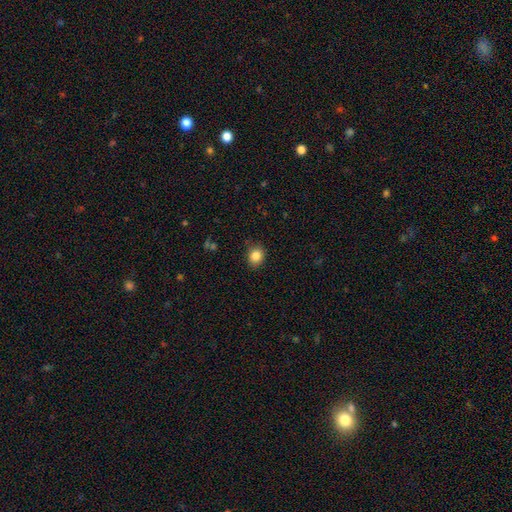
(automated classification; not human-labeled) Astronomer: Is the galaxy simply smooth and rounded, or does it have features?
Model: smooth — 85%.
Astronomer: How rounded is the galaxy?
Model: round — 64%.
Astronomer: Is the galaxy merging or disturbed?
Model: none — 85%.